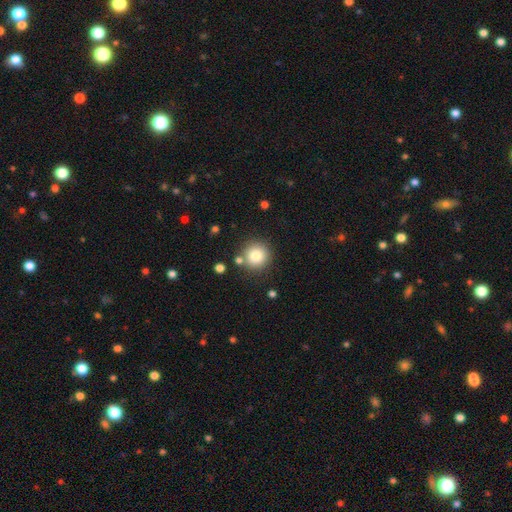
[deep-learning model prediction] smooth 81%, star or artifact 11%, featured or disk 8%. Down the decision tree: how rounded — round (94%); merging — none (83%).